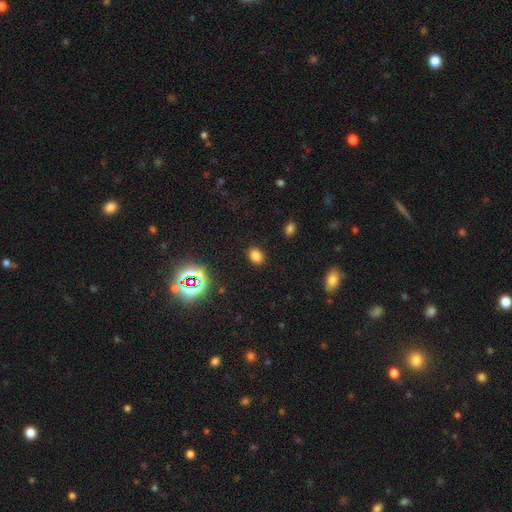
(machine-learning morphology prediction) This is likely a smooth galaxy (77%). How rounded: likely in between (66%). Merging: clearly none (88%).